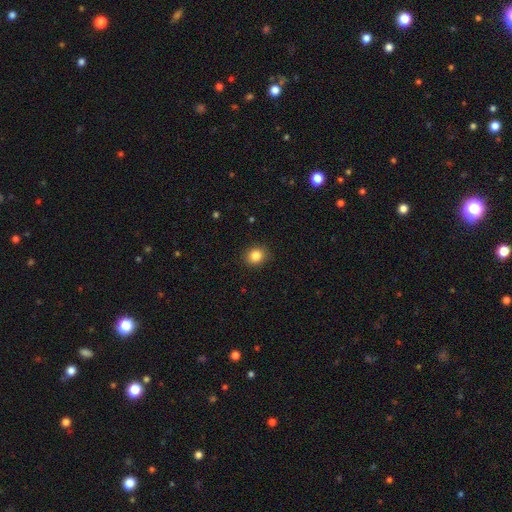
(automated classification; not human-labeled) smooth_or_featured: smooth (p=0.85) [alt: star or artifact p=0.10]
how_rounded: round (p=0.76) [alt: in between p=0.23]
merging: none (p=0.89) [alt: minor disturbance p=0.08]